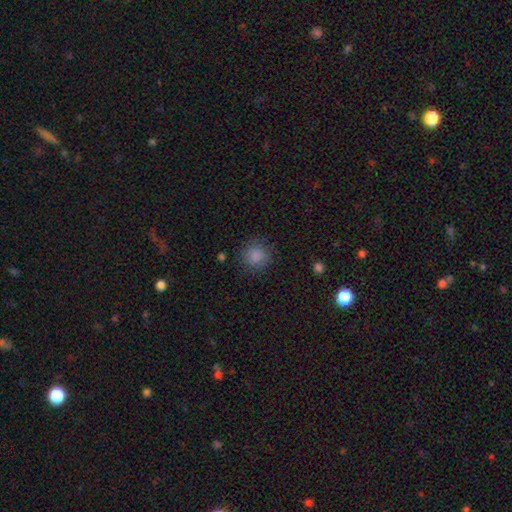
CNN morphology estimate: Smooth or featured? Predicted: smooth (p=0.85). How rounded? Predicted: round (p=0.90). Merging? Predicted: none (p=0.84).